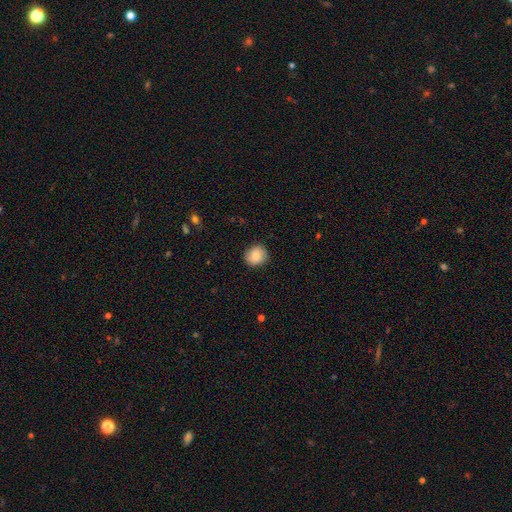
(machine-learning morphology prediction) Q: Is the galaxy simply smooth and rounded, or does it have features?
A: smooth — 82%.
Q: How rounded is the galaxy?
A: round — 83%.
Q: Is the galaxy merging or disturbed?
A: none — 87%.